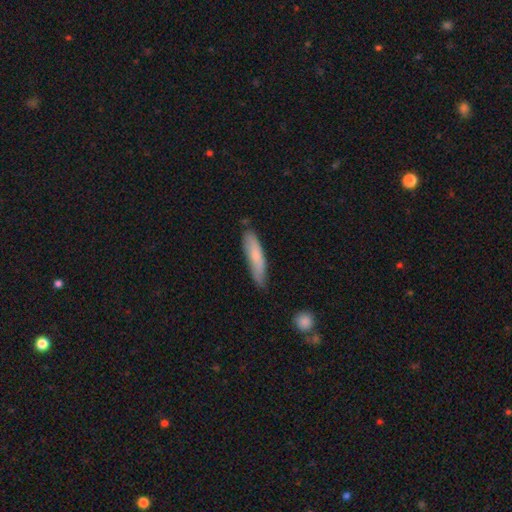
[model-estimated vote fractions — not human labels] Overall: smooth (70%). How rounded: cigar-shaped (79%). Merging: none (70%).